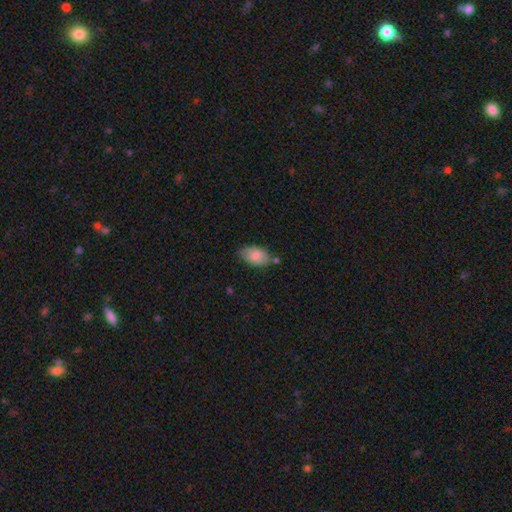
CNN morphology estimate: The model was most divided on "merging": none: 65%, minor disturbance: 24%, merger: 6%, major disturbance: 5%. More confident: how rounded — in between (92%); smooth or featured — smooth (80%).